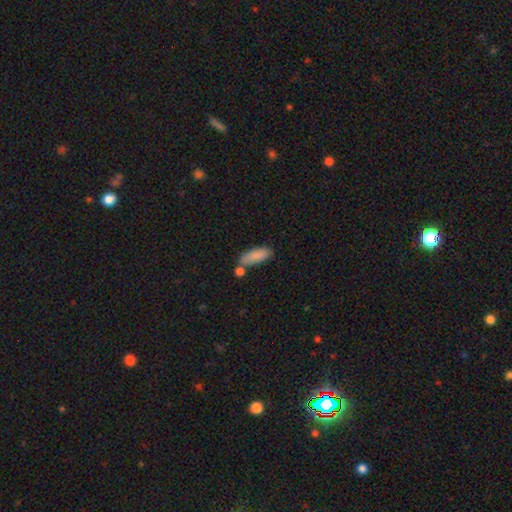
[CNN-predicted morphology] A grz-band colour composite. It shows a smooth galaxy with no disk features (86%) that is in between round and cigar-shaped (72%). Merging: none (63%).